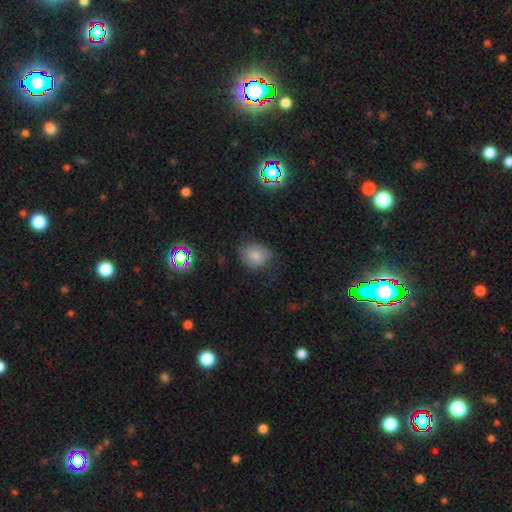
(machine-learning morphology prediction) Smooth or featured?
  - smooth: 66% *
  - featured or disk: 22%
  - star or artifact: 12%
How rounded?
  - round: 60% *
  - in between: 39%
  - cigar-shaped: 1%
Merging?
  - none: 59% *
  - minor disturbance: 27%
  - major disturbance: 13%
  - merger: 2%